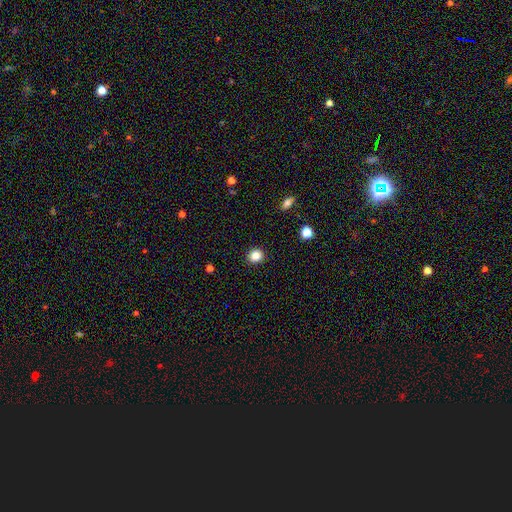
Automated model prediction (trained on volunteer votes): smooth 85%, star or artifact 11%, featured or disk 4%. Down the decision tree: how rounded — round (85%); merging — none (92%).